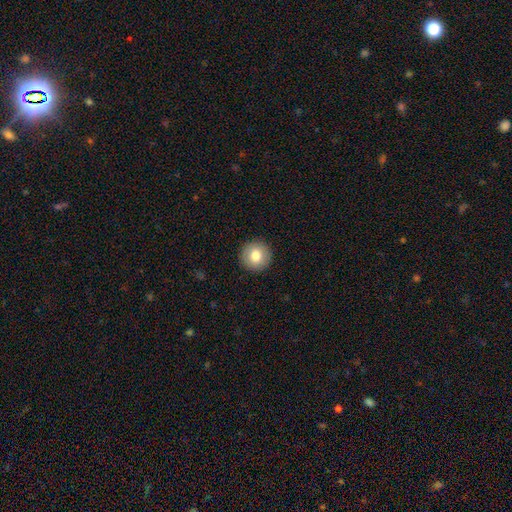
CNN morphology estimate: Overall: smooth (80%). How rounded: round (95%). Merging: none (93%).